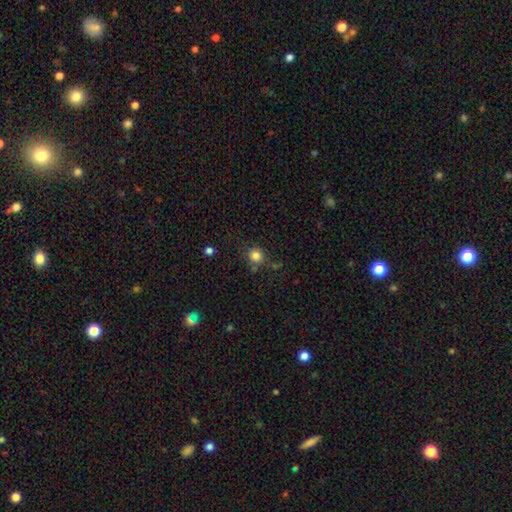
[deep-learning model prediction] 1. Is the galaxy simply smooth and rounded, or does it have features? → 82% smooth, 13% star or artifact, 5% featured or disk.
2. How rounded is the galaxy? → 91% round, 8% in between, 1% cigar-shaped.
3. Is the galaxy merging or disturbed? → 76% none, 14% minor disturbance, 6% merger, 5% major disturbance.